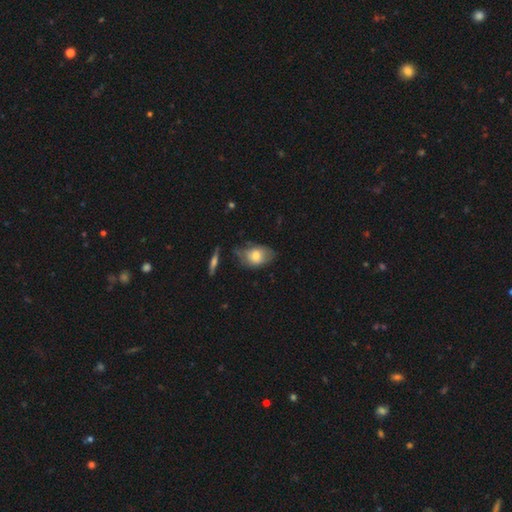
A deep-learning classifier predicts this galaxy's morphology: Q: Smooth or featured?
A: smooth (71%); runner-up: featured or disk (22%)
Q: How rounded?
A: in between (81%); runner-up: round (17%)
Q: Merging?
A: none (50%); runner-up: minor disturbance (35%)